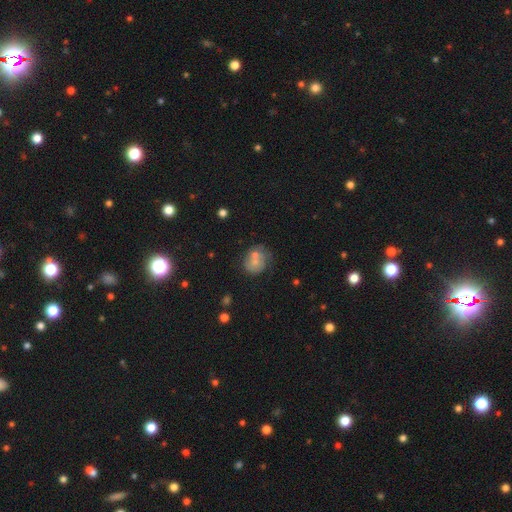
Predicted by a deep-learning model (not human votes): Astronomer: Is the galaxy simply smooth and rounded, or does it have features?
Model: smooth — 41% (runner-up: featured or disk, 35%).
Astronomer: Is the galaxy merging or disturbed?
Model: none — 59%.